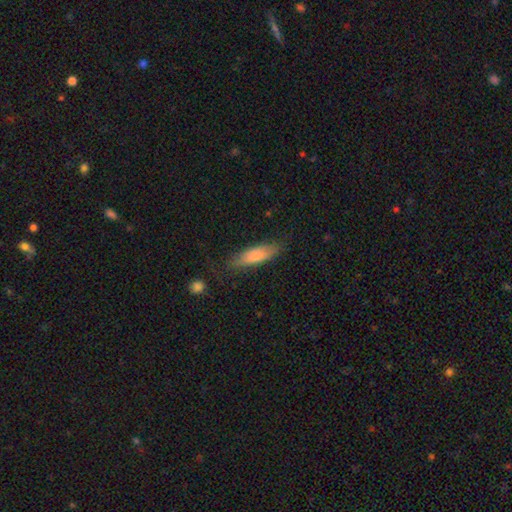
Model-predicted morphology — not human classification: A smooth galaxy with no disk features (71%) that is cigar-shaped (65%). Merging: none (77%).